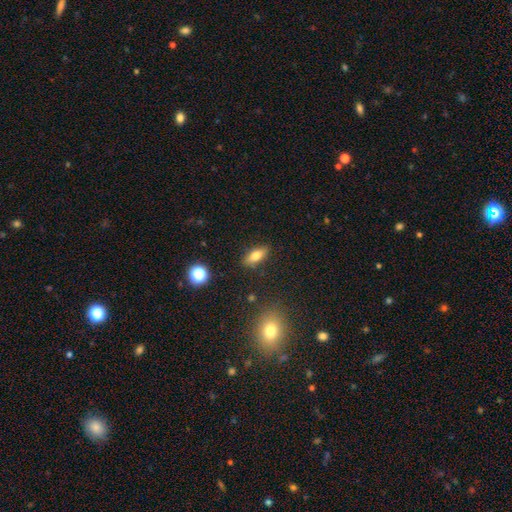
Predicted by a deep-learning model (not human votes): Smooth or featured: smooth — 70% (featured or disk — 21%)
How rounded: in between — 75% (cigar-shaped — 20%)
Merging: none — 86% (minor disturbance — 10%)